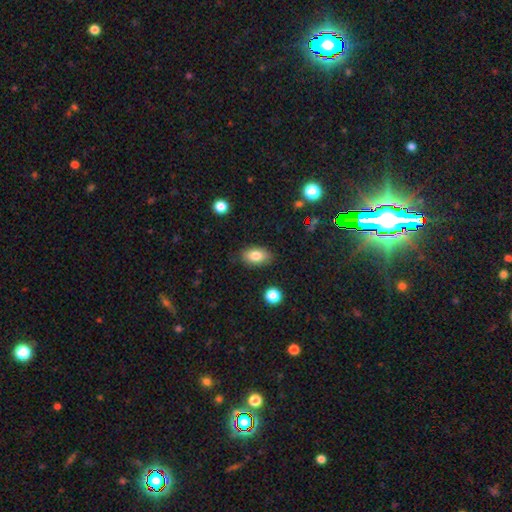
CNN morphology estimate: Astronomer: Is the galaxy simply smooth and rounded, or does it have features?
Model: smooth — 81%.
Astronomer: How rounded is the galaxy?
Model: in between — 89%.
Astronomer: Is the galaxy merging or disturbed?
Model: none — 84%.